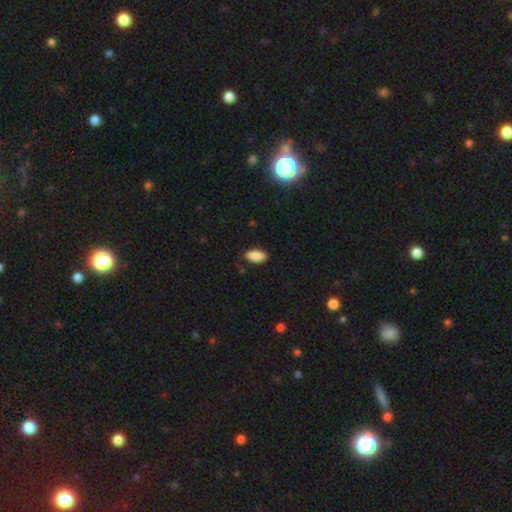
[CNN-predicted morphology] Smooth or featured?
  - smooth: 88% *
  - star or artifact: 7%
  - featured or disk: 5%
How rounded?
  - in between: 87% *
  - cigar-shaped: 11%
  - round: 2%
Merging?
  - none: 83% *
  - minor disturbance: 13%
  - major disturbance: 2%
  - merger: 1%